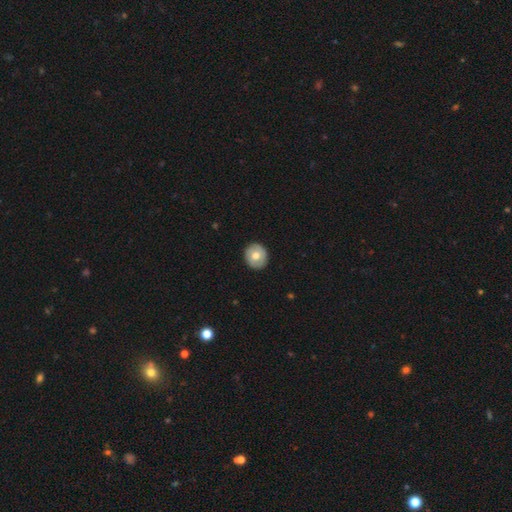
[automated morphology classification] Smooth or featured?
  - smooth: 65% *
  - featured or disk: 29%
  - star or artifact: 7%
How rounded?
  - round: 83% *
  - in between: 16%
  - cigar-shaped: 1%
Merging?
  - none: 89% *
  - minor disturbance: 8%
  - major disturbance: 2%
  - merger: 1%